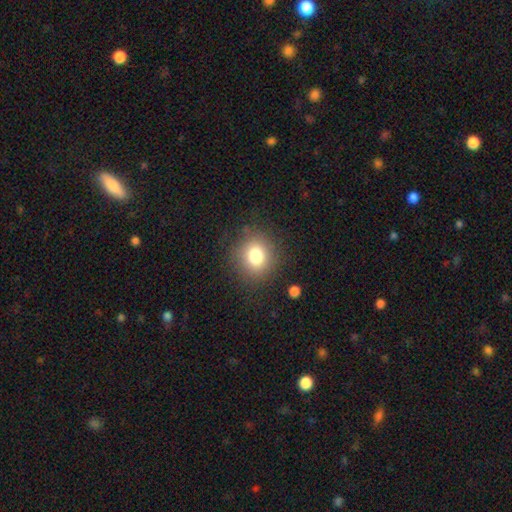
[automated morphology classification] smooth-or-featured: smooth: 78% | star or artifact: 12% | featured or disk: 9%
  how-rounded: round: 82% | in between: 17% | cigar-shaped: 1%
  merging: none: 84% | minor disturbance: 10% | major disturbance: 4% | merger: 2%